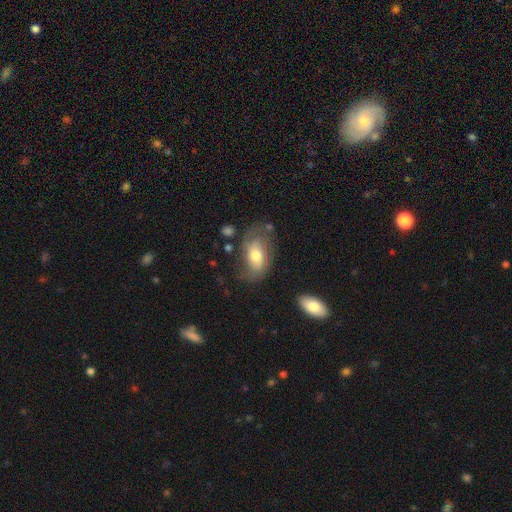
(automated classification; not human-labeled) Q: Smooth or featured?
A: smooth (47%); runner-up: featured or disk (46%)
Q: Merging?
A: none (55%); runner-up: minor disturbance (25%)